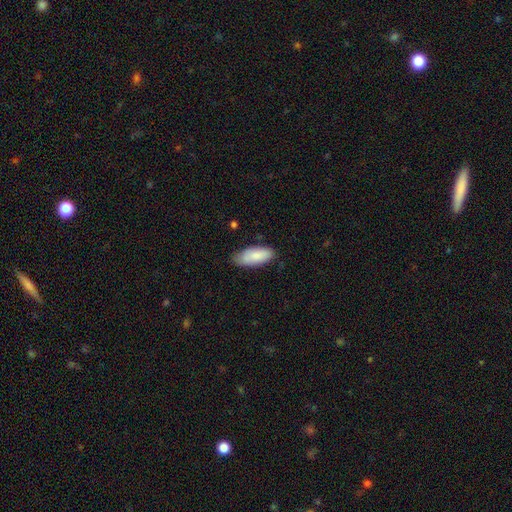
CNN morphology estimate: Q: Smooth or featured?
A: smooth (85%); runner-up: featured or disk (9%)
Q: How rounded?
A: in between (85%); runner-up: cigar-shaped (13%)
Q: Merging?
A: none (71%); runner-up: minor disturbance (24%)